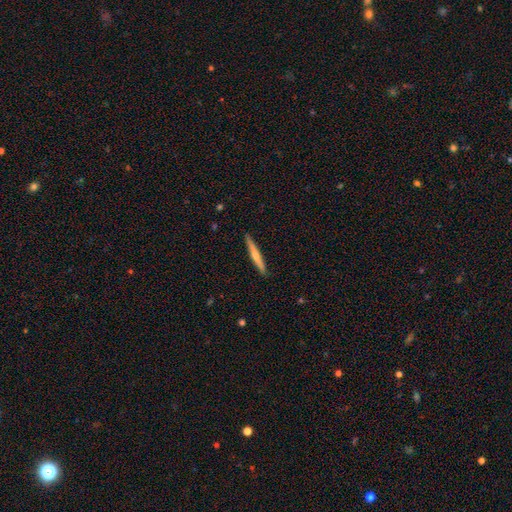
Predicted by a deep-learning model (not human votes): smooth 55%, featured or disk 40%, star or artifact 5%. Down the decision tree: how rounded — cigar-shaped (96%); merging — none (91%).